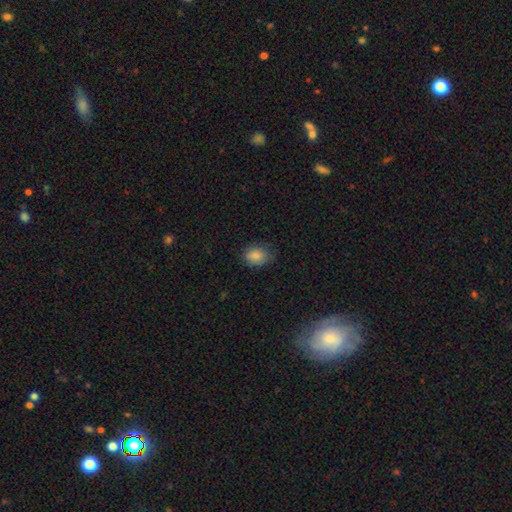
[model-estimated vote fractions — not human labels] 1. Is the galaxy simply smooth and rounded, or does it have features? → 85% smooth, 9% star or artifact, 6% featured or disk.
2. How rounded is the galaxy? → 62% in between, 37% round, 1% cigar-shaped.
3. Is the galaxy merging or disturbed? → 72% none, 22% minor disturbance, 5% major disturbance, 1% merger.